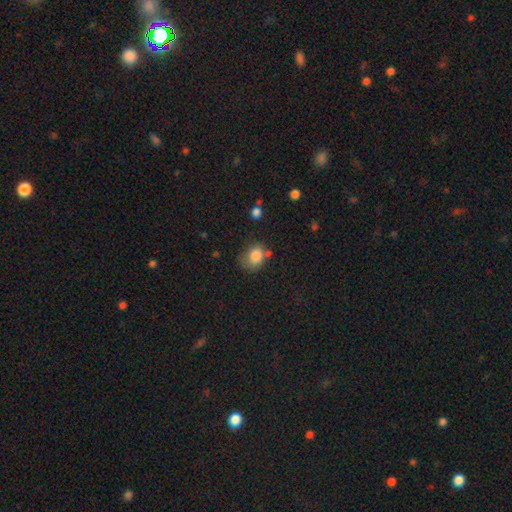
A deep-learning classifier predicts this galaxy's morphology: Smooth or featured? Predicted: smooth (p=0.82). How rounded? Predicted: round (p=0.55). Merging? Predicted: none (p=0.48).